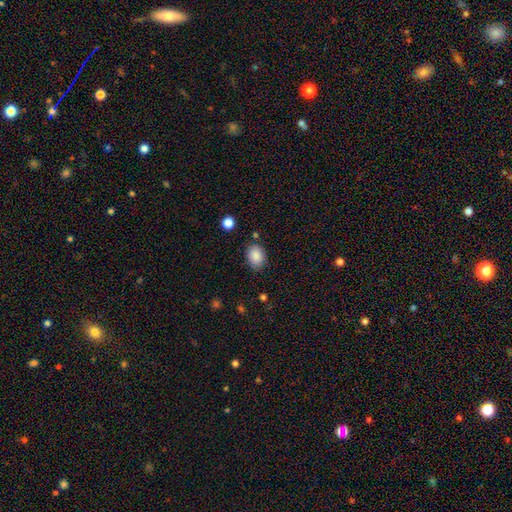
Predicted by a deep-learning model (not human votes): A smooth galaxy with no disk features (88%) that is in between round and cigar-shaped (69%).

Vote fractions:
- Smooth or featured? smooth: 88% / star or artifact: 8% / featured or disk: 4%
- How rounded? in between: 69% / round: 30% / cigar-shaped: 1%
- Merging? none: 79% / minor disturbance: 14% / major disturbance: 3% / merger: 3%